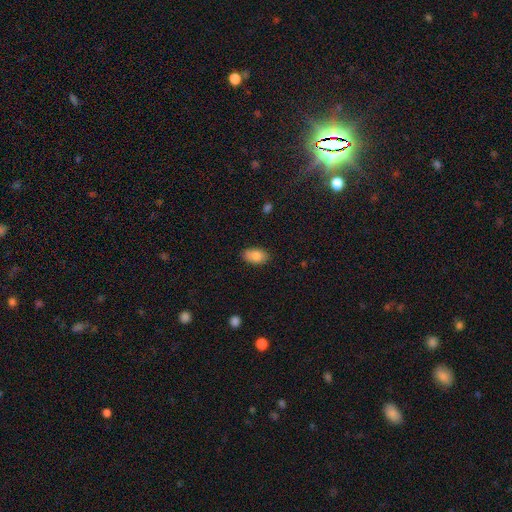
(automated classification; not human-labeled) Overall: smooth (85%). How rounded: in between (92%). Merging: none (84%).